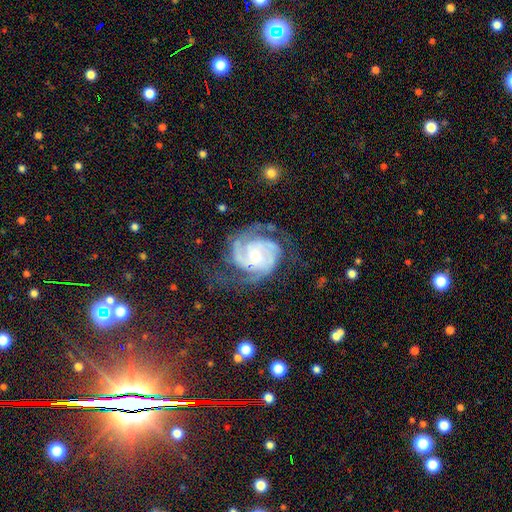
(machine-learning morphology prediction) Overall: featured or disk (91%). Edge-on disk: no (98%). Bar: no (64%; weak 28%). Spiral arms: yes (98%). Spiral arm count: 2 (40%; 3 35%). Spiral winding: tight (55%; medium 38%). Bulge size: small (63%; moderate 32%). Merging: none (63%).